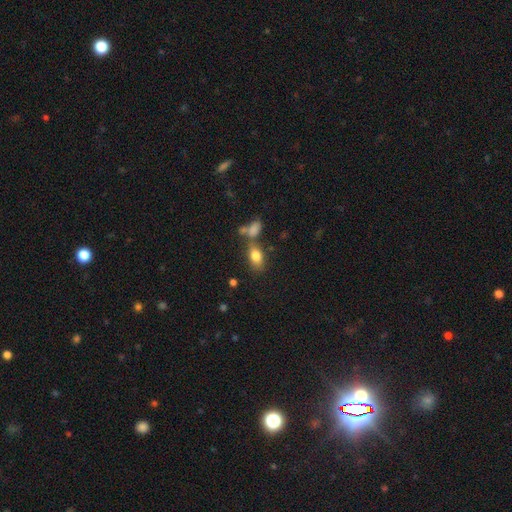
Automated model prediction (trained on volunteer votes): Smooth or featured? Predicted: smooth (p=0.81). How rounded? Predicted: in between (p=0.87). Merging? Predicted: none (p=0.56).